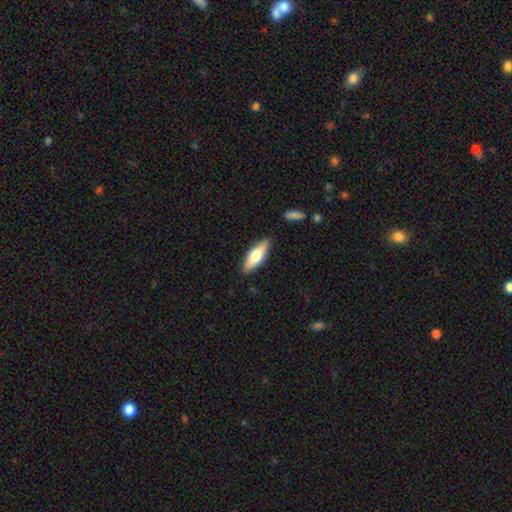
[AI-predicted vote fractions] Smooth or featured? smooth (66%)
How rounded? in between (56%)
Merging? none (87%)